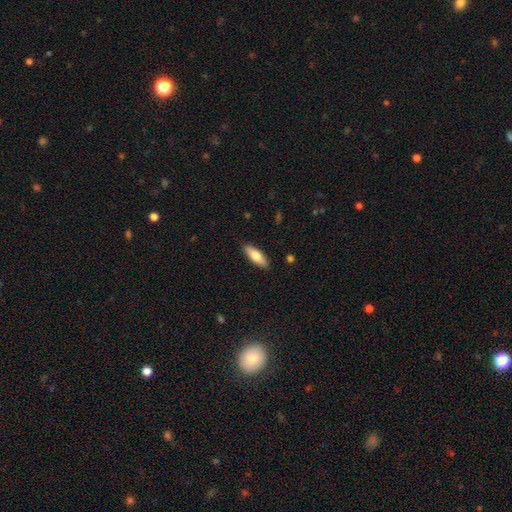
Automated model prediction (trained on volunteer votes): Overall: smooth (75%). How rounded: in between (62%; cigar-shaped 36%). Merging: none (89%).